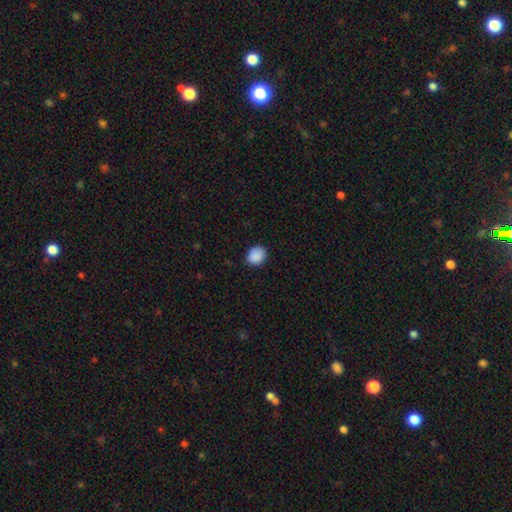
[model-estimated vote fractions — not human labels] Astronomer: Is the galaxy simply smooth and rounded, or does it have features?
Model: smooth — 89%.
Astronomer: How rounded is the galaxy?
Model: round — 56% (runner-up: in between, 43%).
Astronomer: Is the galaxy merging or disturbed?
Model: none — 82%.